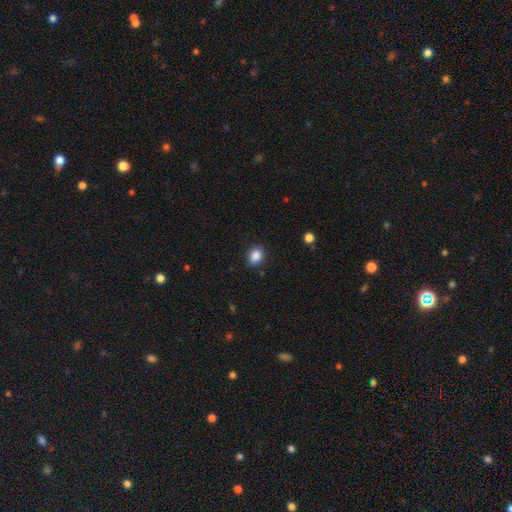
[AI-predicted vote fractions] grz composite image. It shows a smooth galaxy with no disk features (88%) that is in between round and cigar-shaped (60%). Merging: none (88%).